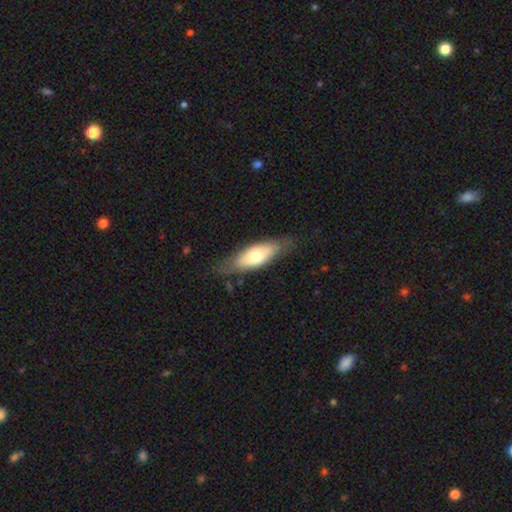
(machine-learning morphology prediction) Q: Smooth or featured?
A: smooth (62%); runner-up: featured or disk (32%)
Q: How rounded?
A: in between (70%); runner-up: cigar-shaped (28%)
Q: Merging?
A: none (72%); runner-up: minor disturbance (20%)